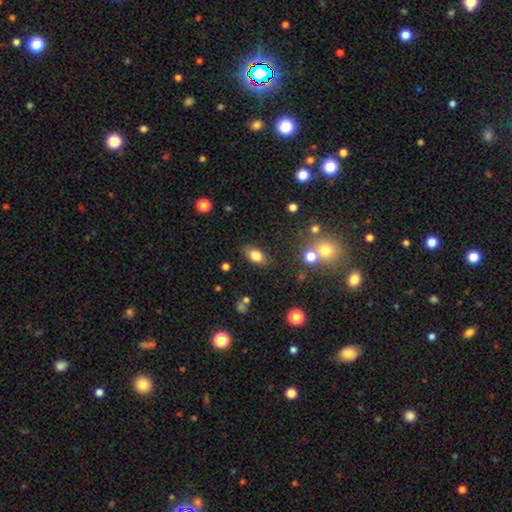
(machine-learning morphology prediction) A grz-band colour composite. It shows a smooth galaxy with no disk features (79%) that is in between round and cigar-shaped (87%). Merging: none (82%).